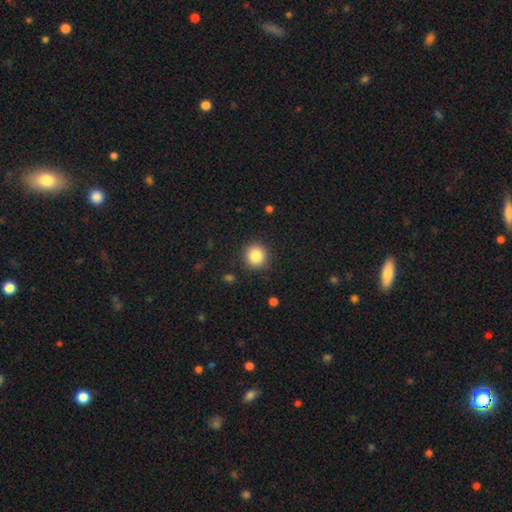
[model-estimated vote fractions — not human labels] Overall: smooth (84%). How rounded: round (91%). Merging: none (89%).